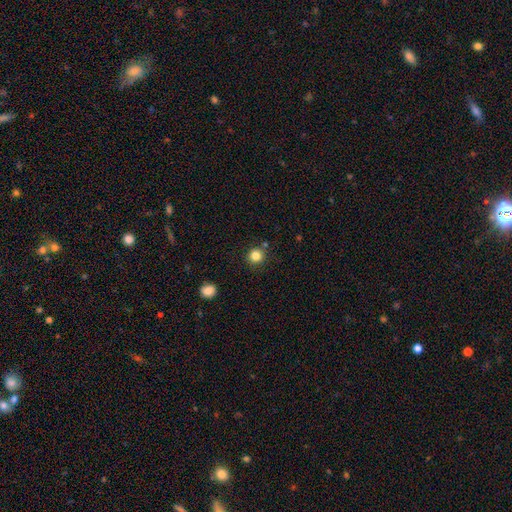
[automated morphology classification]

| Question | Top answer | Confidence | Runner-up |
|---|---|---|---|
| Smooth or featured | smooth | 84% | star or artifact (12%) |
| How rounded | round | 93% | in between (6%) |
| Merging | none | 86% | minor disturbance (8%) |